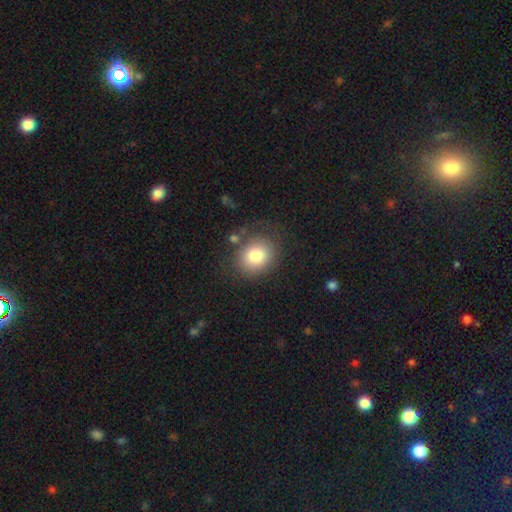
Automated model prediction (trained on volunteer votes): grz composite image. It shows a smooth galaxy with no disk features (81%) that is round (63%). Merging: none (73%).